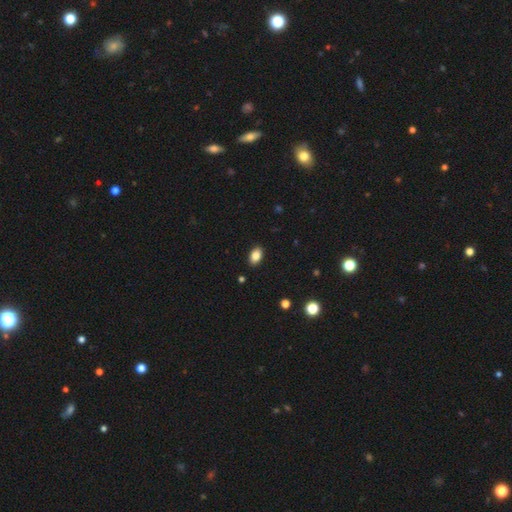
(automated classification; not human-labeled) smooth-or-featured: smooth: 85% | star or artifact: 9% | featured or disk: 6%
  how-rounded: in between: 90% | round: 9% | cigar-shaped: 2%
  merging: none: 89% | minor disturbance: 8% | major disturbance: 2% | merger: 1%